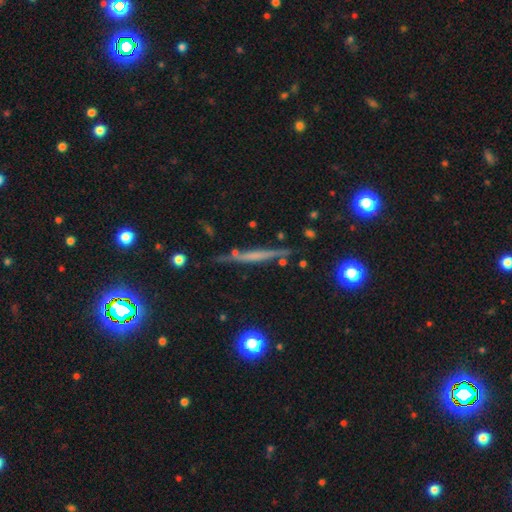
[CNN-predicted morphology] This is possibly a featured or disk galaxy (53%). It is clearly viewed edge-on (94%). Merging: likely none (79%).